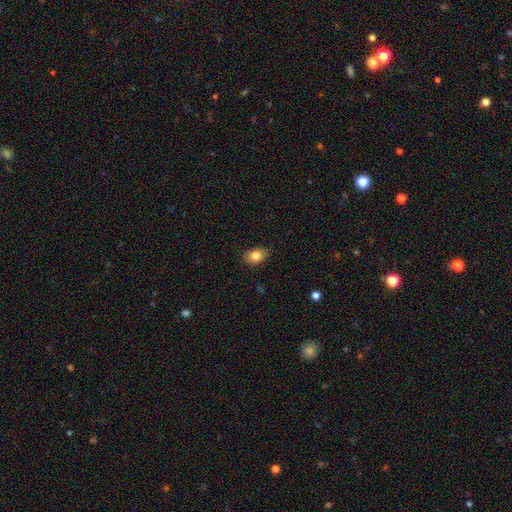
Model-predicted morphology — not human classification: The model was most divided on "how rounded": in between: 74%, round: 24%, cigar-shaped: 1%. More confident: smooth or featured — smooth (84%); merging — none (82%).